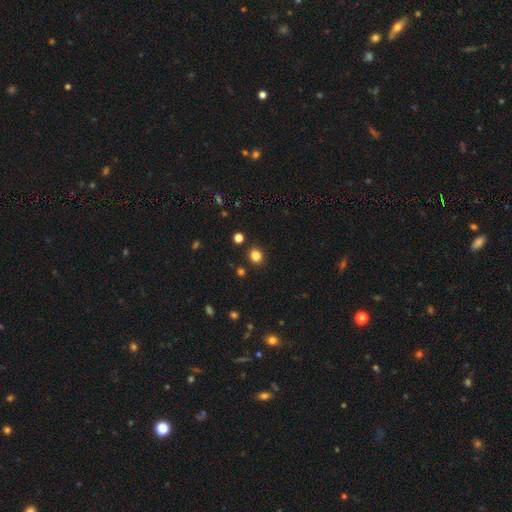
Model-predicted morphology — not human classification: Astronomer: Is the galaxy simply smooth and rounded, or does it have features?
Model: smooth — 82%.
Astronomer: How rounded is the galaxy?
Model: round — 80%.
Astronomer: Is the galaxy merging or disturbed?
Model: none — 89%.